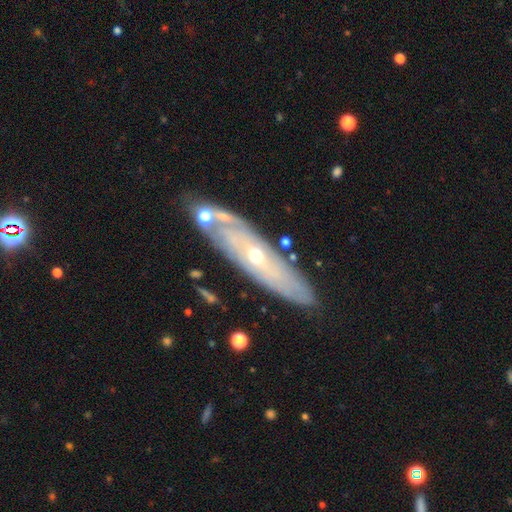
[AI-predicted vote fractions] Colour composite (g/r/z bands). It shows a featured or disk galaxy (75%). Merging: none (80%).